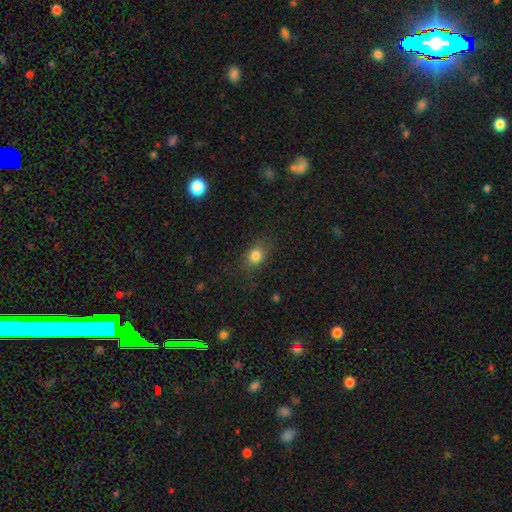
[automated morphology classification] Smooth or featured? smooth (81%)
How rounded? in between (57%)
Merging? none (80%)